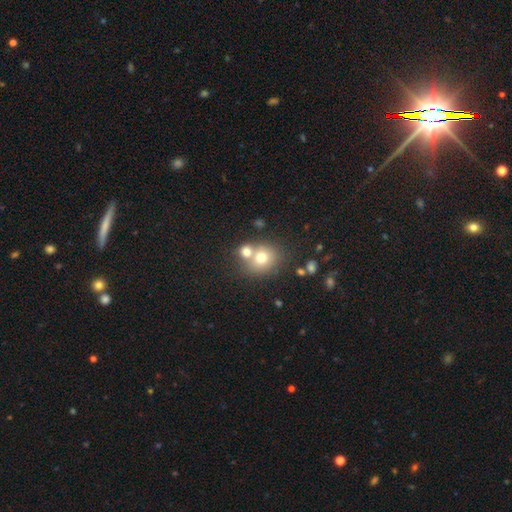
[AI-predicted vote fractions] Overall: smooth (68%). How rounded: round (76%). Merging: none (50%; merger 38%).